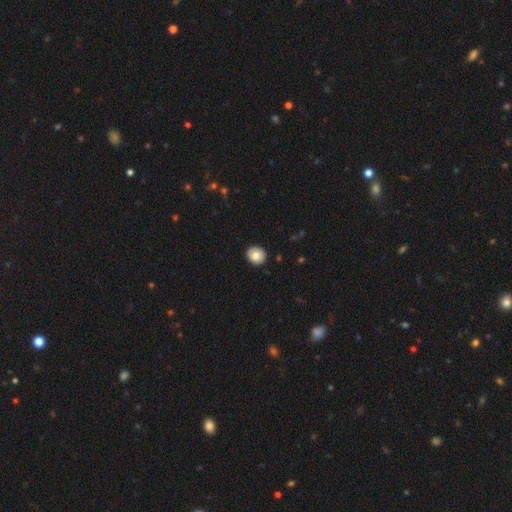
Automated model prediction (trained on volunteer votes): A smooth galaxy with no disk features (79%) that is round (74%). Merging: none (90%).